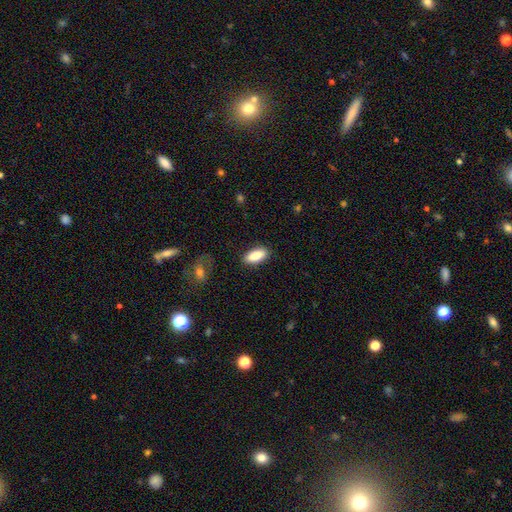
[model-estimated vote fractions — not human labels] This appears to be a smooth galaxy with no disk features (86%) that is in between round and cigar-shaped (83%). Merging: none (87%).